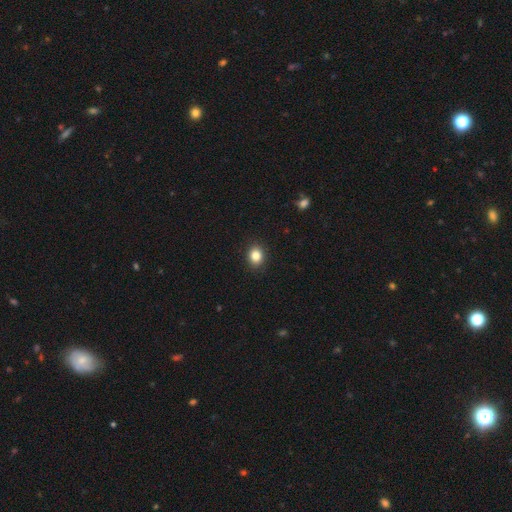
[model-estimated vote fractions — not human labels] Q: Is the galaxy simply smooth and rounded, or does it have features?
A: smooth — 84%.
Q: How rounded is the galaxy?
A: round — 57%.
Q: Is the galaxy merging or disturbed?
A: none — 90%.